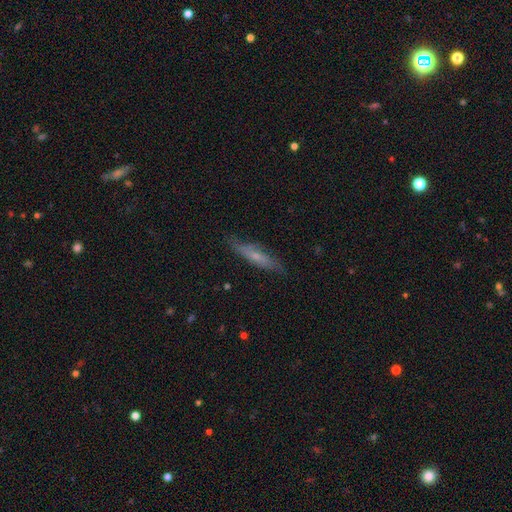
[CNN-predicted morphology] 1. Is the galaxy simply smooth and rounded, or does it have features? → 47% featured or disk, 46% smooth, 7% star or artifact.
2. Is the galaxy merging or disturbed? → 80% none, 15% minor disturbance, 3% major disturbance, 1% merger.